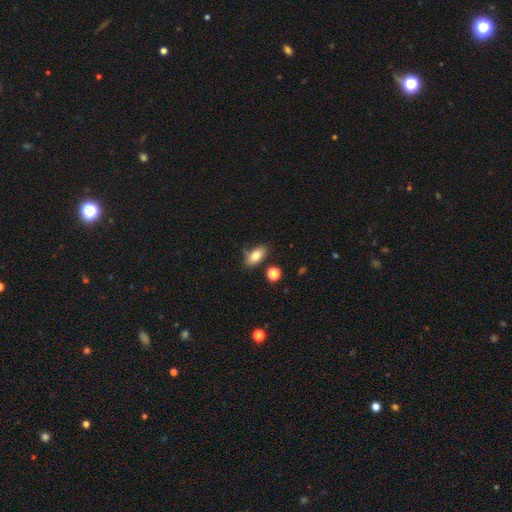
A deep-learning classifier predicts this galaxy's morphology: Smooth or featured?
  - smooth: 80% *
  - featured or disk: 12%
  - star or artifact: 8%
How rounded?
  - in between: 89% *
  - round: 6%
  - cigar-shaped: 6%
Merging?
  - none: 76% *
  - minor disturbance: 15%
  - merger: 6%
  - major disturbance: 3%